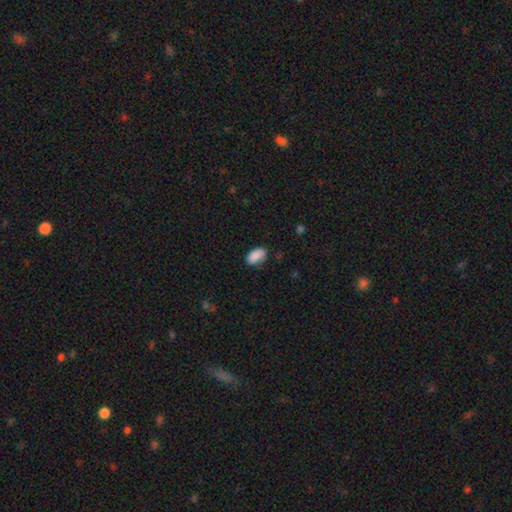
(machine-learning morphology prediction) A smooth galaxy with no disk features (89%) that is in between round and cigar-shaped (93%). Merging: none (77%).